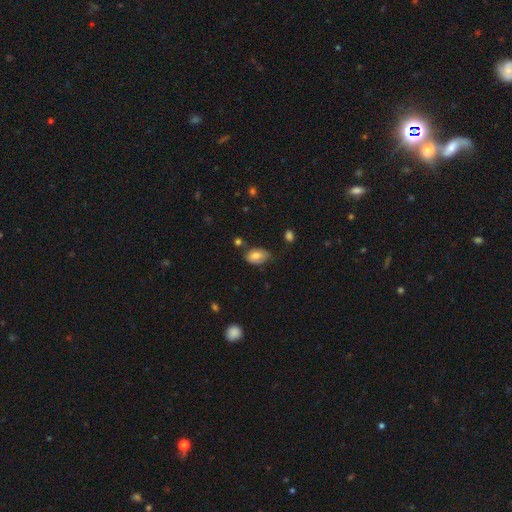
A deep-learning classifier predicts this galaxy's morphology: smooth_or_featured: smooth (p=0.75) [alt: featured or disk p=0.17]
how_rounded: in between (p=0.87) [alt: round p=0.11]
merging: none (p=0.58) [alt: minor disturbance p=0.30]